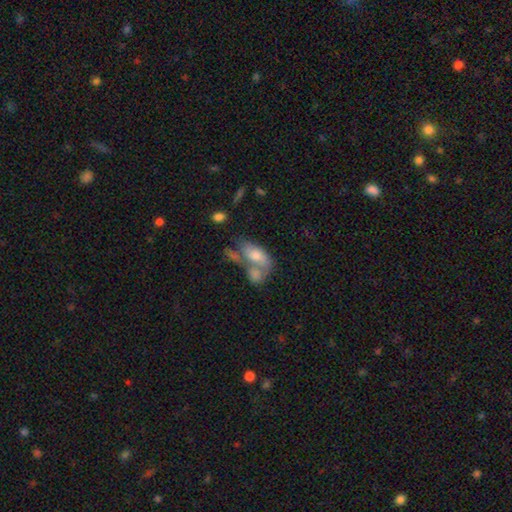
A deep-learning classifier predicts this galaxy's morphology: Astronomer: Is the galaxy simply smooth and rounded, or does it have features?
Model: smooth — 64%.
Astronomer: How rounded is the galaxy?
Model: in between — 86%.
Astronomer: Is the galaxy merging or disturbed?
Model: merger — 50% (runner-up: none, 26%).